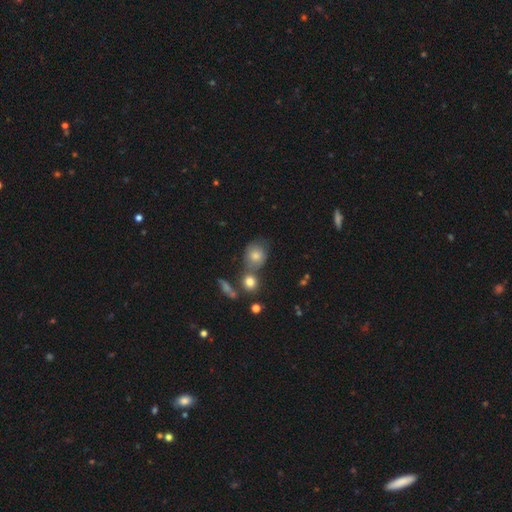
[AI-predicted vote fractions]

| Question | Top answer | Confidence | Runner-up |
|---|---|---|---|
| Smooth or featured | smooth | 74% | featured or disk (15%) |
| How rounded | round | 67% | in between (32%) |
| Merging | none | 48% | merger (28%) |